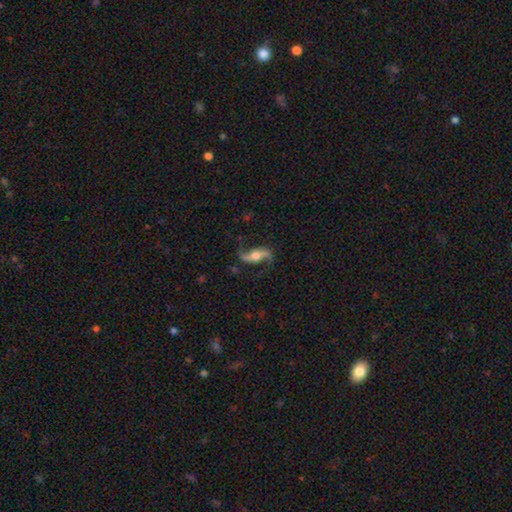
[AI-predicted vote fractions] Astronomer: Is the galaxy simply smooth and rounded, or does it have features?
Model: featured or disk — 84%.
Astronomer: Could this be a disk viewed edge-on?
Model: no — 89%.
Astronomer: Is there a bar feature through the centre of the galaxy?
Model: no — 43% (runner-up: strong, 31%).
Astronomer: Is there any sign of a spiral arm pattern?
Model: yes — 95%.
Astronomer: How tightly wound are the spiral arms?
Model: loose — 81%.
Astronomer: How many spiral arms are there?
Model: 2 — 94%.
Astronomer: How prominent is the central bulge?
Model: moderate — 65%.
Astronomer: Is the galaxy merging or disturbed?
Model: none — 79%.